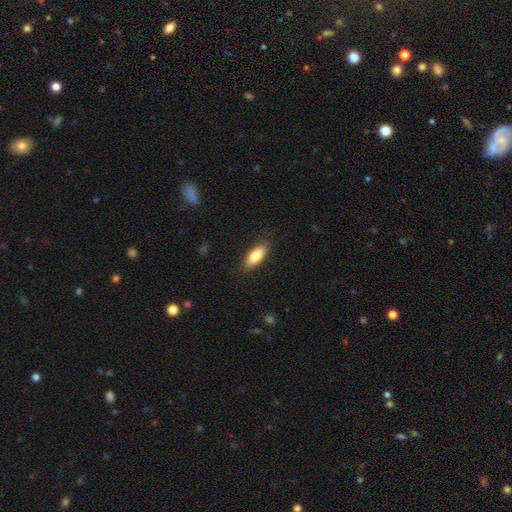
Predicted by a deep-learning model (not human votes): Morphology: type=smooth (82%); roundness=in between (69%); merging=none (85%).